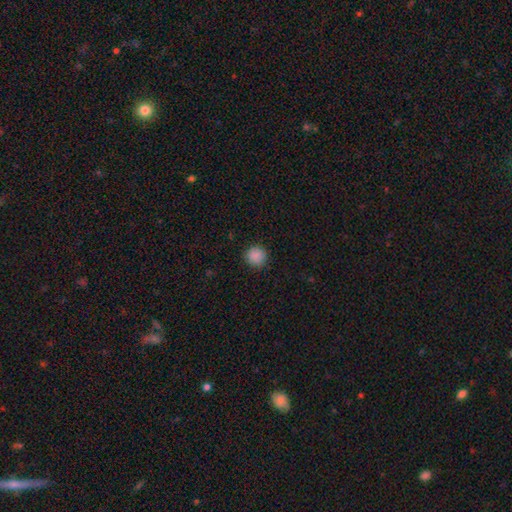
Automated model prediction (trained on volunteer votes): smooth_or_featured: smooth (p=0.88) [alt: star or artifact p=0.09]
how_rounded: round (p=0.94) [alt: in between p=0.05]
merging: none (p=0.90) [alt: minor disturbance p=0.06]